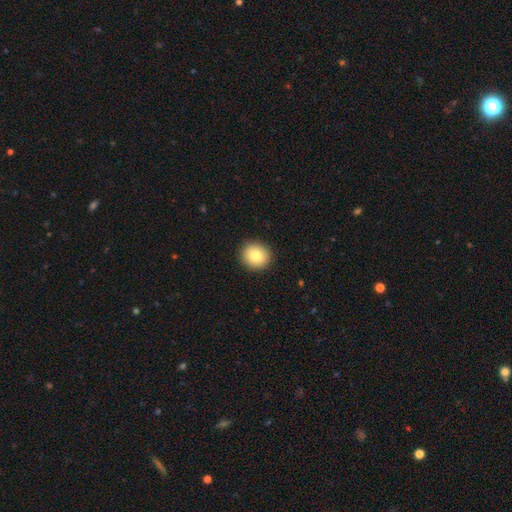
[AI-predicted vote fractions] A smooth galaxy with no disk features (84%) that is round (85%). Merging: none (91%).